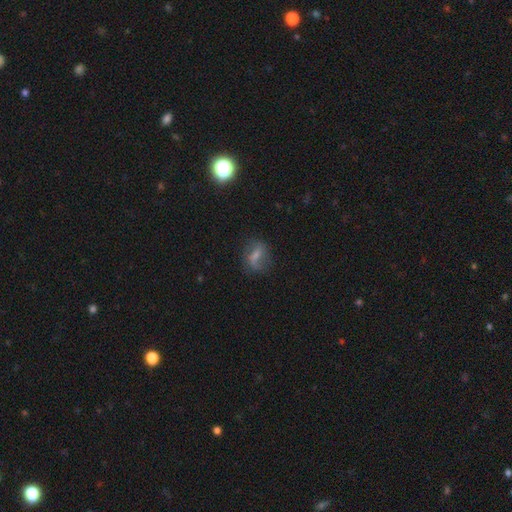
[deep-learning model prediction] The model was most divided on "smooth or featured": smooth: 46%, featured or disk: 42%, star or artifact: 11%. More confident: merging — none (65%).